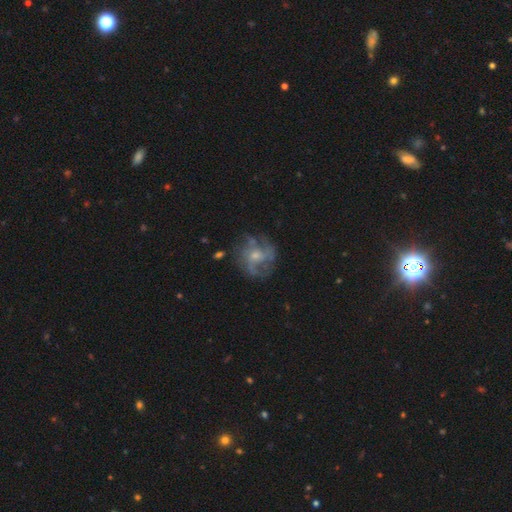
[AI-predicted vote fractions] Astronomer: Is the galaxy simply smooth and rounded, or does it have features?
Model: featured or disk — 74%.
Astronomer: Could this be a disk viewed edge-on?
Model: no — 98%.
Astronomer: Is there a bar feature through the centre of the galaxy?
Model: no — 71%.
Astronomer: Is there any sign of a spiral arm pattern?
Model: yes — 83%.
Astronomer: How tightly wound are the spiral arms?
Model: medium — 46% (runner-up: loose, 29%).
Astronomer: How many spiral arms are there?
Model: can't tell — 32% (runner-up: 3, 25%).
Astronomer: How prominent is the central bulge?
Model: small — 55% (runner-up: moderate, 36%).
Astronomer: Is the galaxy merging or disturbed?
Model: none — 64%.